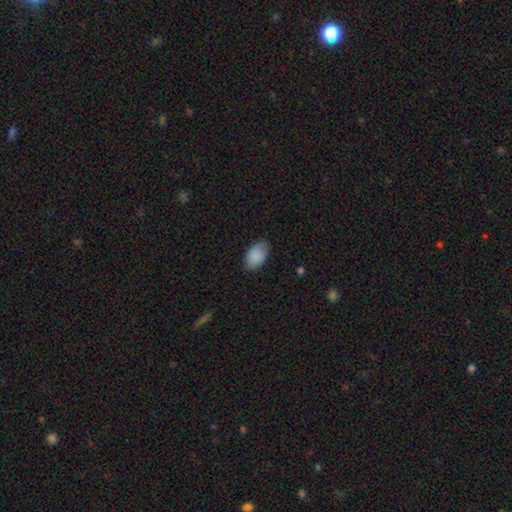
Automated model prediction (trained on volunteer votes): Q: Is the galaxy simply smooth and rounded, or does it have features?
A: smooth — 89%.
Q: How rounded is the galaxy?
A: in between — 92%.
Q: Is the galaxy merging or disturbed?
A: none — 80%.